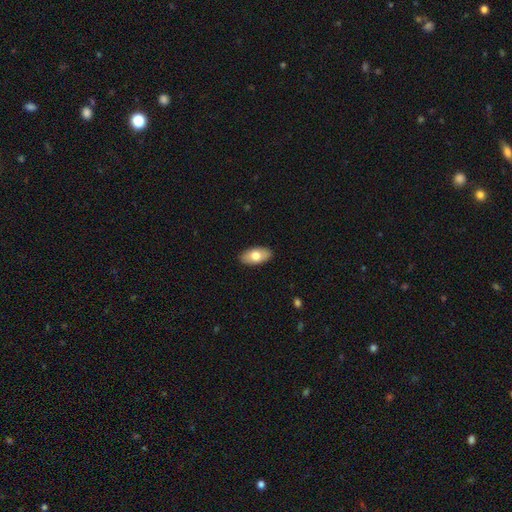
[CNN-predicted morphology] type=smooth (73%); roundness=in between (94%); merging=none (89%).